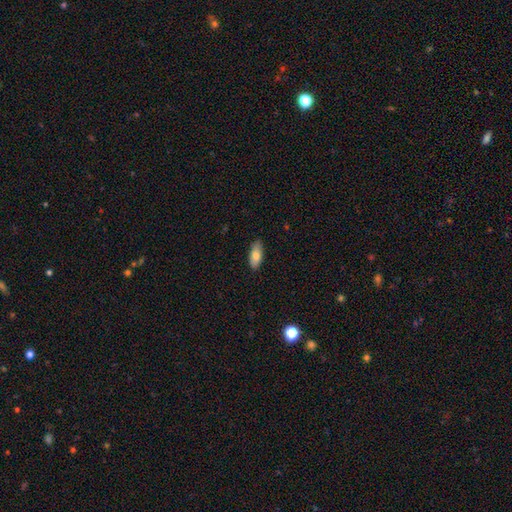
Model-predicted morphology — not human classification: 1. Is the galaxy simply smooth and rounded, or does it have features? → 77% smooth, 16% featured or disk, 6% star or artifact.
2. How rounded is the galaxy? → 83% in between, 14% cigar-shaped, 2% round.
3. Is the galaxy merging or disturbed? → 86% none, 11% minor disturbance, 2% major disturbance, 1% merger.